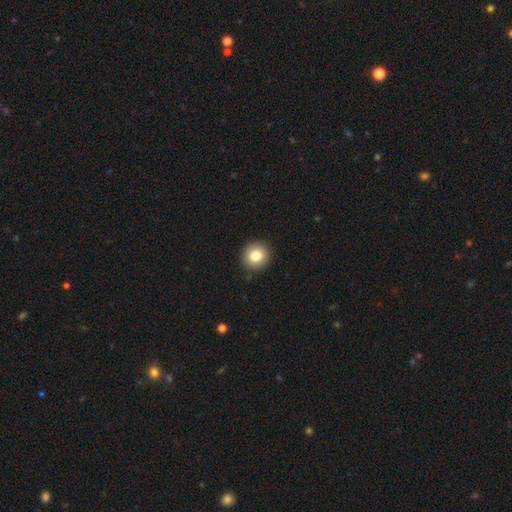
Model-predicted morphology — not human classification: The model was most divided on "smooth or featured": smooth: 82%, star or artifact: 9%, featured or disk: 8%. More confident: merging — none (90%); how rounded — round (89%).